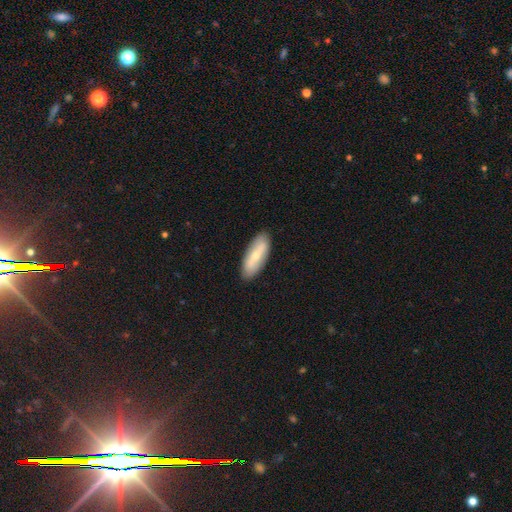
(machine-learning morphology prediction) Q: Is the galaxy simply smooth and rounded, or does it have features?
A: smooth — 56%.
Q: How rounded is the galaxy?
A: in between — 68%.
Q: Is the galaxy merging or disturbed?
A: none — 88%.